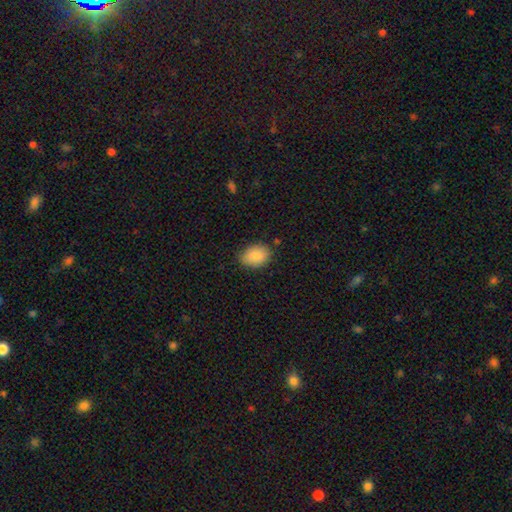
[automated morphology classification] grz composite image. It shows a smooth galaxy with no disk features (88%) that is in between round and cigar-shaped (79%). Merging: none (81%).